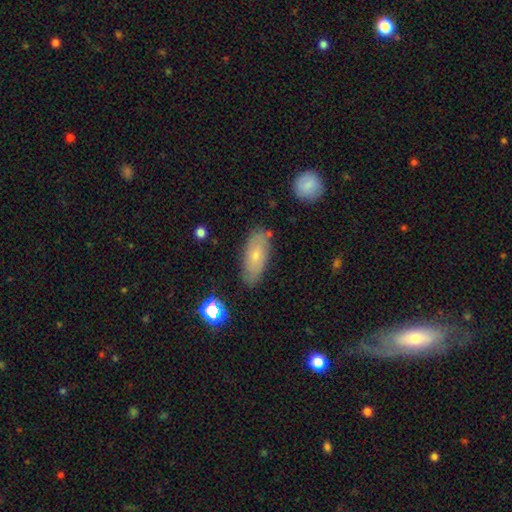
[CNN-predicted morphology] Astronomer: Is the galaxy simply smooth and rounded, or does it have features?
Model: smooth — 65%.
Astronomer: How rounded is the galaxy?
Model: in between — 81%.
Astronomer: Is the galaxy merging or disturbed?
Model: none — 79%.